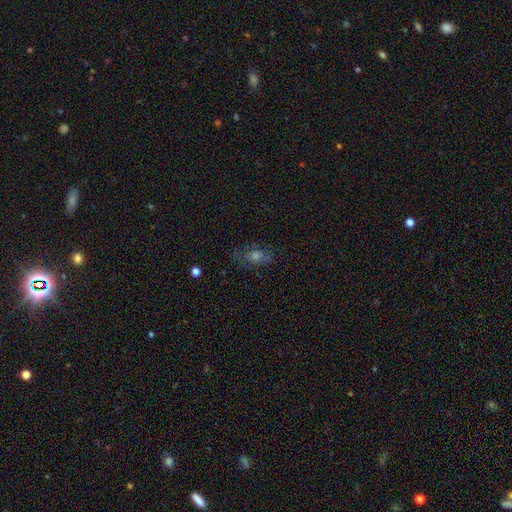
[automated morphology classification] Q: Smooth or featured?
A: smooth (43%); runner-up: featured or disk (33%)
Q: Merging?
A: none (74%); runner-up: minor disturbance (17%)